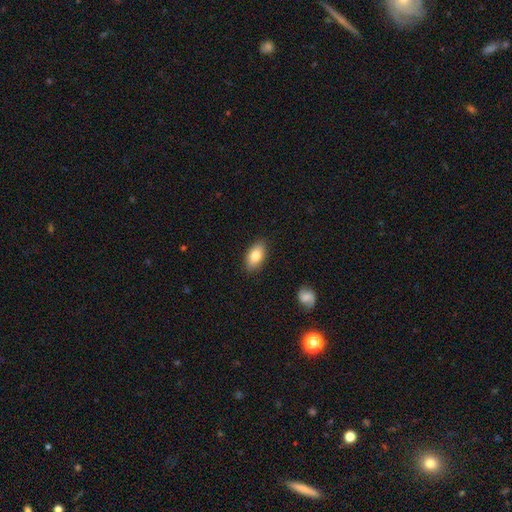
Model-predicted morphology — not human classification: Overall: smooth (81%). How rounded: in between (91%). Merging: none (87%).